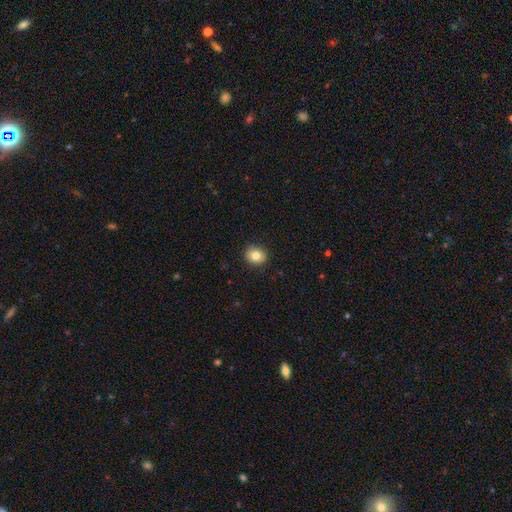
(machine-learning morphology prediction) Overall: smooth (82%). How rounded: round (73%). Merging: none (89%).